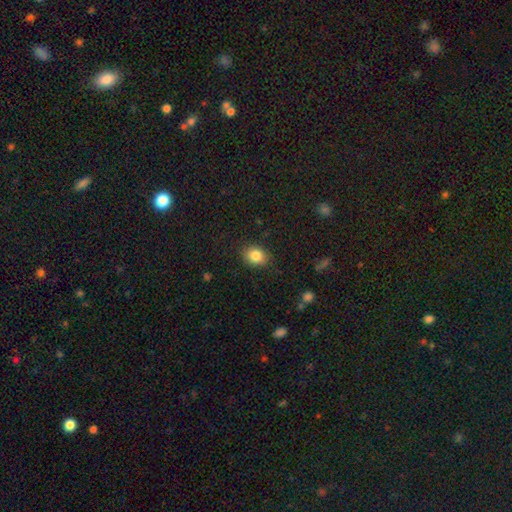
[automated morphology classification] A smooth galaxy with no disk features (85%) that is in between round and cigar-shaped (57%). Merging: none (86%).